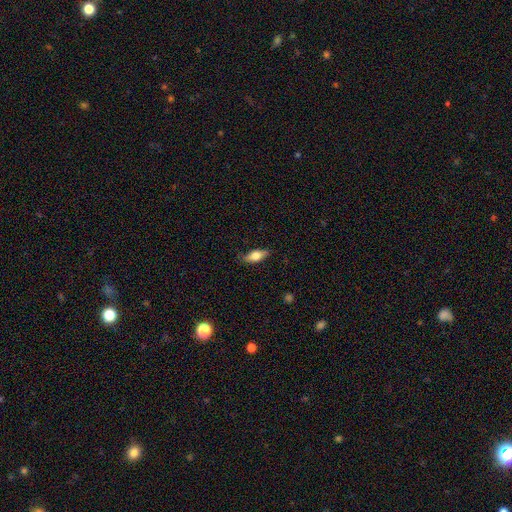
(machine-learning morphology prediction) smooth-or-featured: smooth: 63% | featured or disk: 30% | star or artifact: 7%
  how-rounded: in between: 65% | cigar-shaped: 31% | round: 3%
  merging: none: 83% | minor disturbance: 13% | major disturbance: 3% | merger: 1%